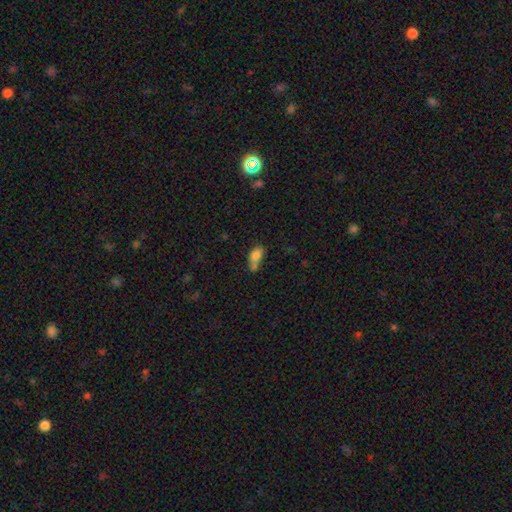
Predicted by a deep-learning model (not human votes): Smooth or featured? Predicted: smooth (p=0.78). How rounded? Predicted: in between (p=0.82). Merging? Predicted: merger (p=0.45).